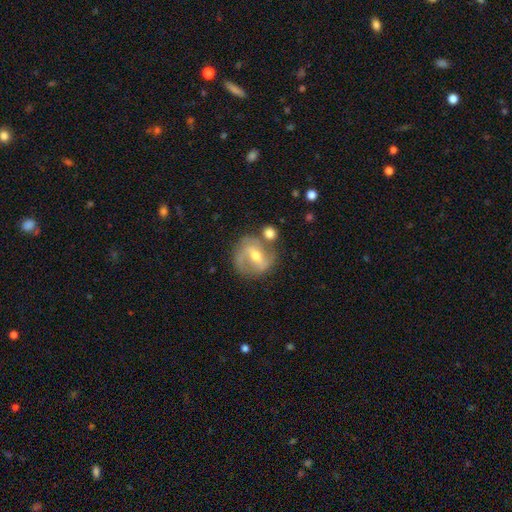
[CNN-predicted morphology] A featured or disk galaxy (80%) with a weak bar (45%), 2 (75%) medium (50%) spiral arms (92%) and a moderate central bulge (58%).

Vote fractions:
- Smooth or featured? featured or disk: 80% / smooth: 14% / star or artifact: 7%
- Edge-on disk? no: 97% / yes: 3%
- Bar? weak: 45% / strong: 34% / no: 21%
- Spiral arms? yes: 92% / no: 8%
- Spiral winding? medium: 50% / loose: 27% / tight: 23%
- Spiral arm count? 2: 75% / can't tell: 8% / 3: 8% / 1: 5% / 4: 2% / more than 4: 2%
- Bulge size? moderate: 58% / small: 38% / large: 2% / none: 1% / dominant: 1%
- Merging? none: 66% / minor disturbance: 17% / merger: 11% / major disturbance: 7%